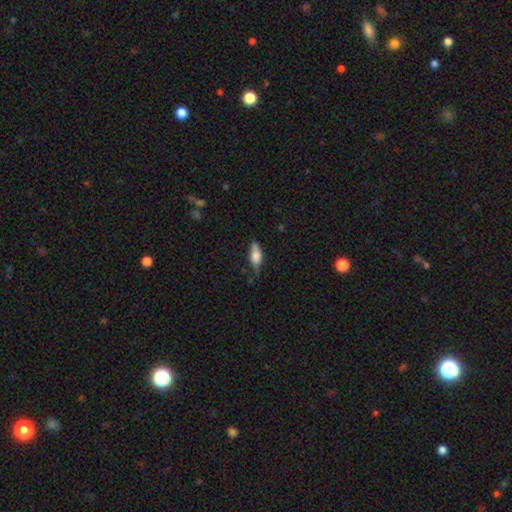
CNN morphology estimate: type=smooth (76%); roundness=in between (78%); merging=none (62%).